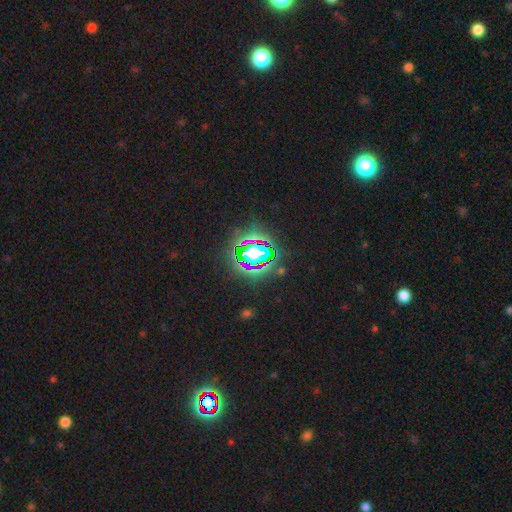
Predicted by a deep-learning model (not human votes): Morphology: type=star or artifact (66%).